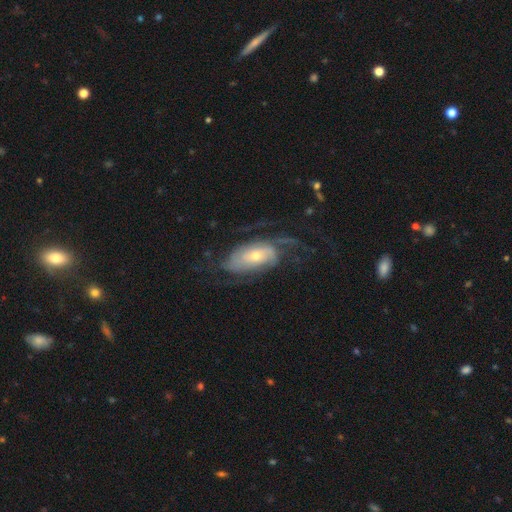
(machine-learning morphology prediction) featured or disk 79%, smooth 15%, star or artifact 6%. Down the decision tree: edge-on disk — no (93%); bar — no (64%); spiral arms — yes (90%); spiral arm count — 2 (32%); spiral winding — medium (38%); bulge size — small (50%); merging — none (54%).